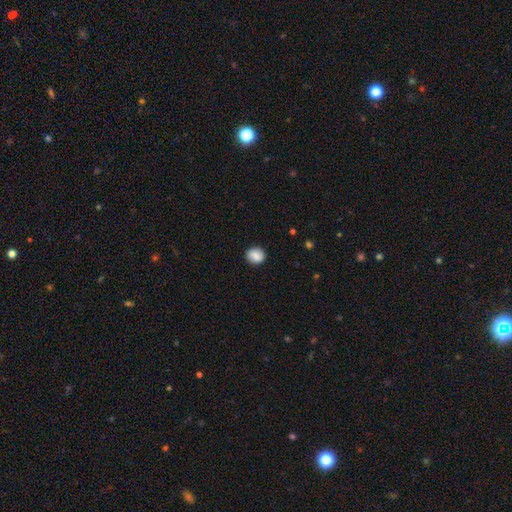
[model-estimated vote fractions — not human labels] smooth_or_featured: smooth (p=0.84) [alt: featured or disk p=0.08]
how_rounded: round (p=0.68) [alt: in between p=0.31]
merging: none (p=0.86) [alt: minor disturbance p=0.10]